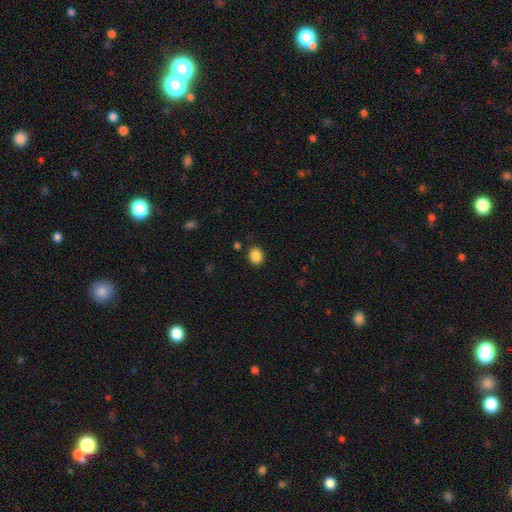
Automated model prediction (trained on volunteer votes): Smooth or featured: smooth — 87% (star or artifact — 10%)
How rounded: round — 58% (in between — 41%)
Merging: none — 88% (minor disturbance — 8%)